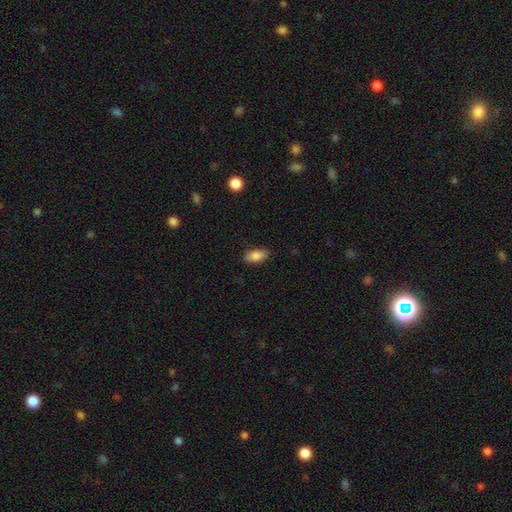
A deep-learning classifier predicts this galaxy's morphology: A smooth galaxy with no disk features (86%) that is in between round and cigar-shaped (90%).

Vote fractions:
- Smooth or featured? smooth: 86% / star or artifact: 7% / featured or disk: 7%
- How rounded? in between: 90% / cigar-shaped: 6% / round: 4%
- Merging? none: 84% / minor disturbance: 12% / major disturbance: 3% / merger: 1%